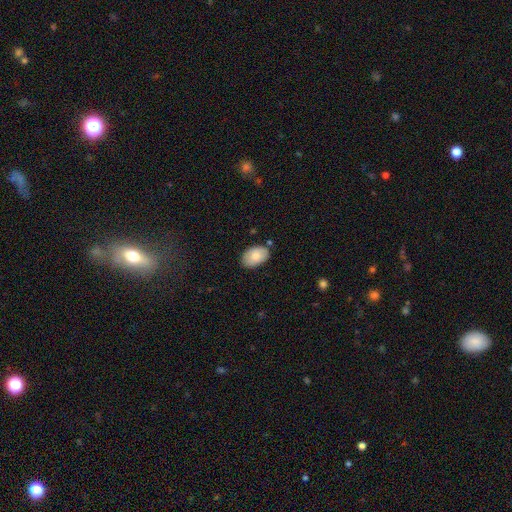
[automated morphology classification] This appears to be a smooth galaxy with no disk features (84%) that is in between round and cigar-shaped (91%). Merging: none (79%).